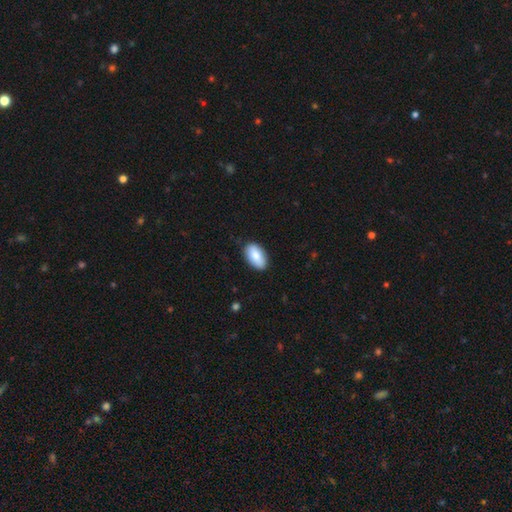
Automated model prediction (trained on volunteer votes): A smooth galaxy with no disk features (84%) that is in between round and cigar-shaped (95%).

Vote fractions:
- Smooth or featured? smooth: 84% / featured or disk: 10% / star or artifact: 6%
- How rounded? in between: 95% / round: 3% / cigar-shaped: 2%
- Merging? none: 86% / minor disturbance: 11% / major disturbance: 2% / merger: 1%